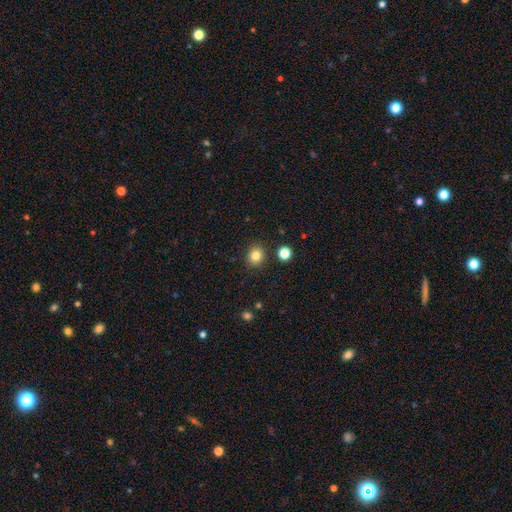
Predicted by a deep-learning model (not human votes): Smooth or featured? Predicted: smooth (p=0.83). How rounded? Predicted: round (p=0.76). Merging? Predicted: none (p=0.88).